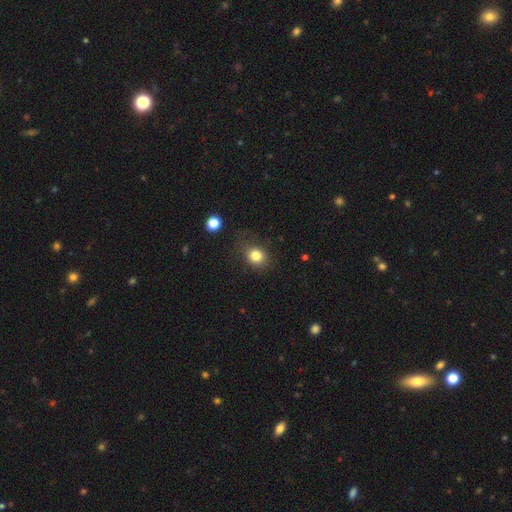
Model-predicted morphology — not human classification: Q: Smooth or featured?
A: smooth (81%); runner-up: star or artifact (11%)
Q: How rounded?
A: round (65%); runner-up: in between (34%)
Q: Merging?
A: none (71%); runner-up: minor disturbance (19%)